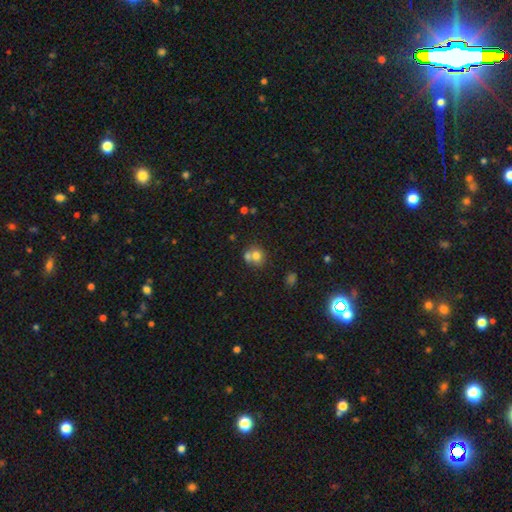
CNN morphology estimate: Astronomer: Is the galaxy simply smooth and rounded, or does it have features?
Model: smooth — 72%.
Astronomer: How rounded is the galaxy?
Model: round — 77%.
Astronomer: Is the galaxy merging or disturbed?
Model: merger — 47% (runner-up: none, 40%).